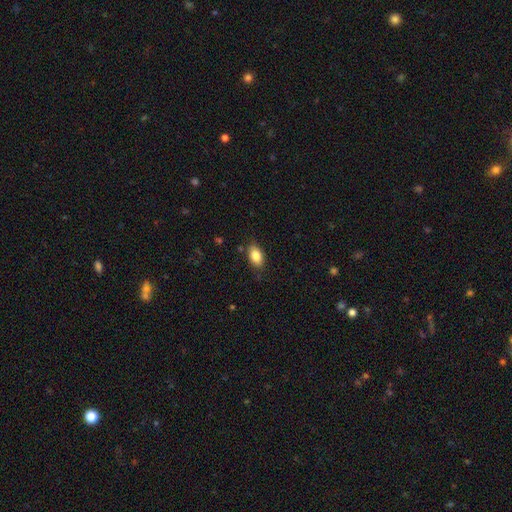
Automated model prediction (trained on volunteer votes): A smooth galaxy with no disk features (85%) that is in between round and cigar-shaped (91%). Merging: none (83%).